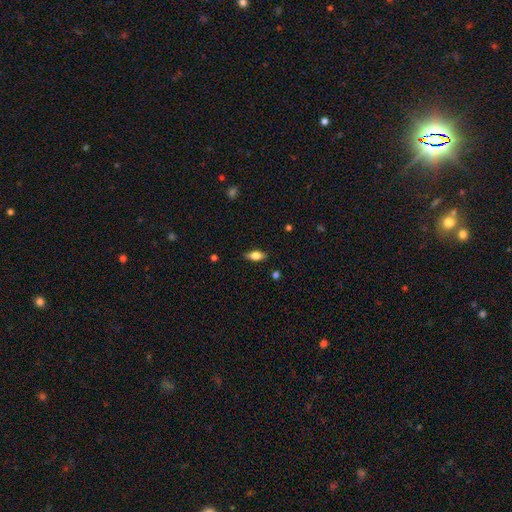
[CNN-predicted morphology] This is likely a smooth galaxy (69%). How rounded: clearly in between (81%). Merging: clearly none (84%).